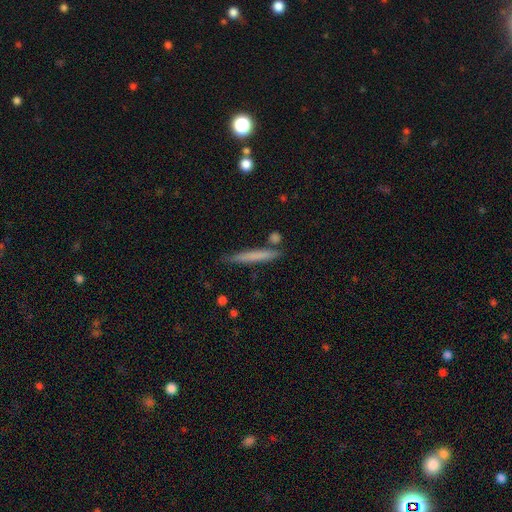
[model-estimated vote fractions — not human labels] Smooth or featured? smooth (67%)
How rounded? cigar-shaped (95%)
Merging? none (80%)